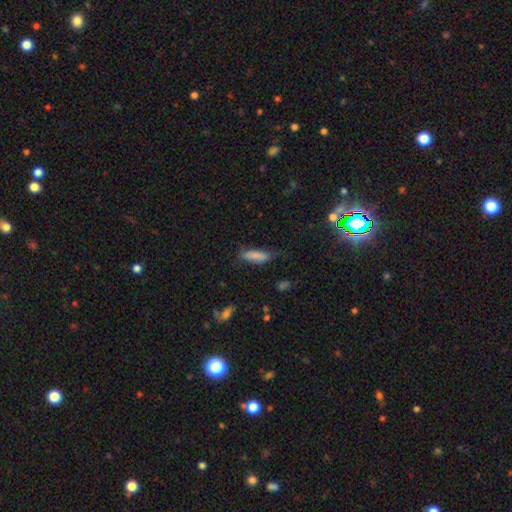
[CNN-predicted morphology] Smooth or featured? smooth (82%)
How rounded? cigar-shaped (54%)
Merging? none (53%)